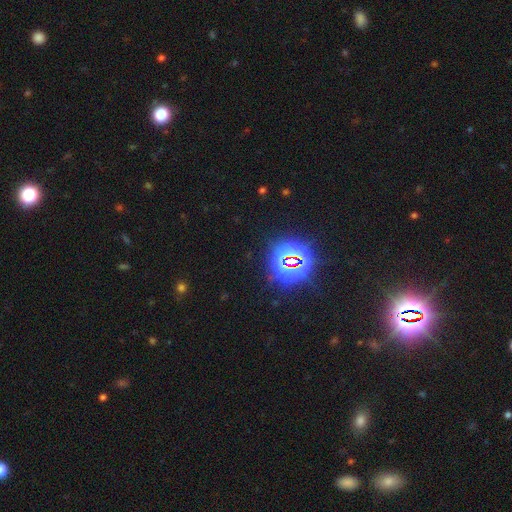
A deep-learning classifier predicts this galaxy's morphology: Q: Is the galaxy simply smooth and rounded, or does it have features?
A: star or artifact — 80%.